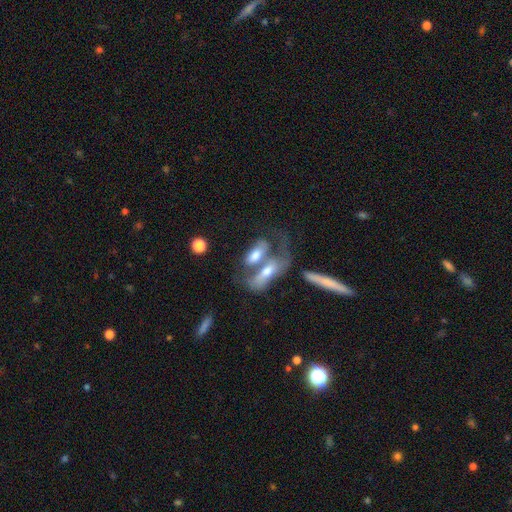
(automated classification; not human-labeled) smooth_or_featured: smooth (p=0.56) [alt: featured or disk p=0.36]
how_rounded: in between (p=0.71) [alt: cigar-shaped p=0.25]
merging: merger (p=0.63) [alt: none p=0.18]